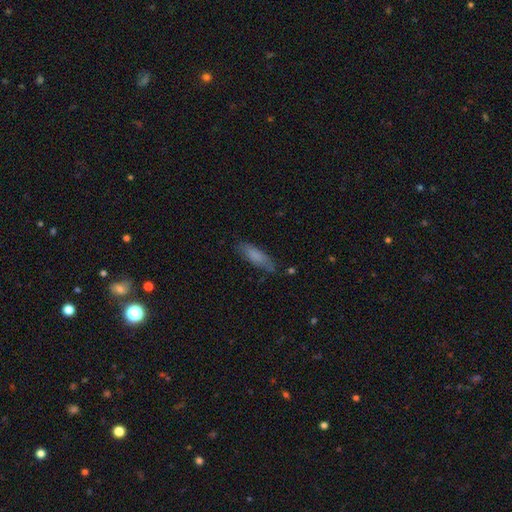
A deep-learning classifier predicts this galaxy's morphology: type=smooth (77%); roundness=cigar-shaped (54%); merging=none (74%).